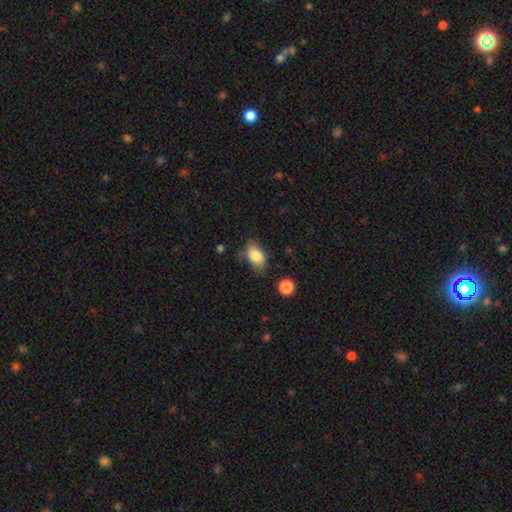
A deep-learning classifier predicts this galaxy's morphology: The model was most divided on "merging": none: 67%, minor disturbance: 25%, major disturbance: 6%, merger: 2%. More confident: how rounded — in between (89%); smooth or featured — smooth (82%).